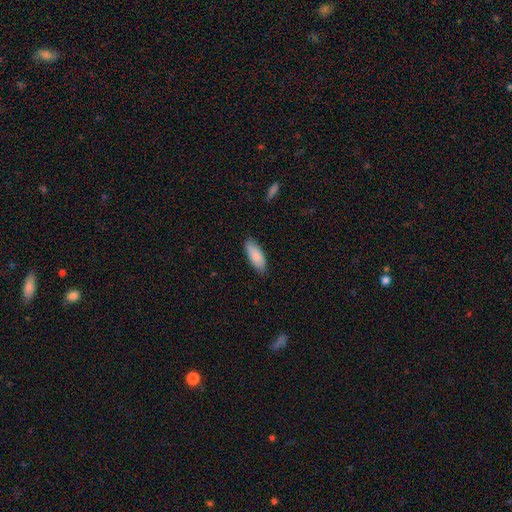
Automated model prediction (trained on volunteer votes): This appears to be a smooth galaxy with no disk features (87%) that is in between round and cigar-shaped (76%). Merging: none (84%).